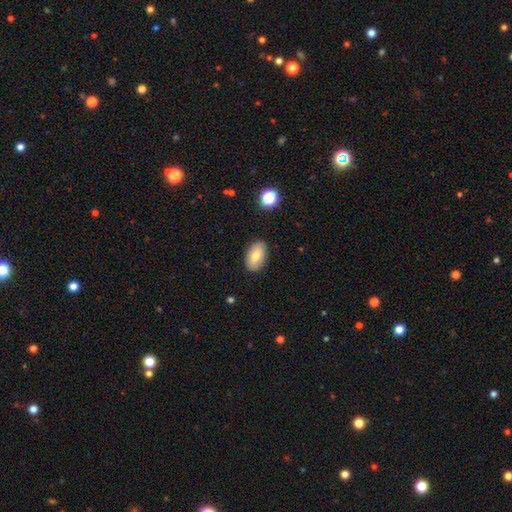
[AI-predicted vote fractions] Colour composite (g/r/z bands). It shows a smooth galaxy with no disk features (73%) that is in between round and cigar-shaped (92%). Merging: none (87%).